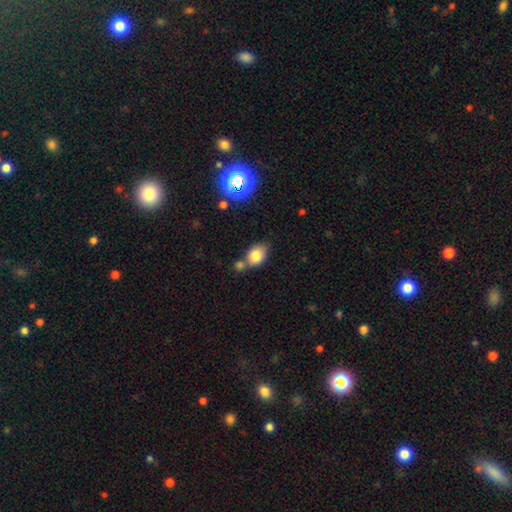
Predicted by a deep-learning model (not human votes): This appears to be a smooth galaxy with no disk features (79%) that is in between round and cigar-shaped (68%). Merging: none (51%).